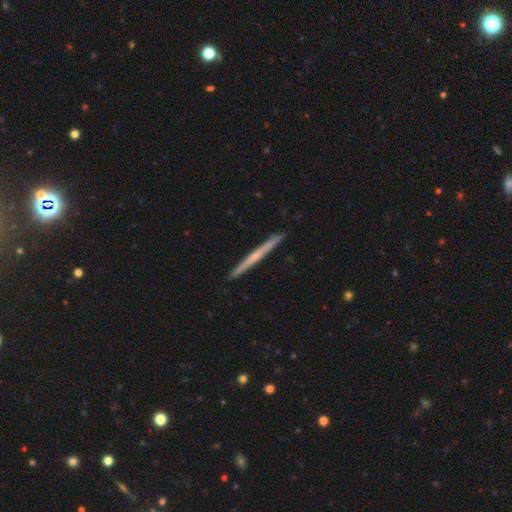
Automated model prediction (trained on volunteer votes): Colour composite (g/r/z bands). It shows a featured or disk galaxy (58%) viewed edge-on (98%) with no central bulge (67%). Merging: none (93%).